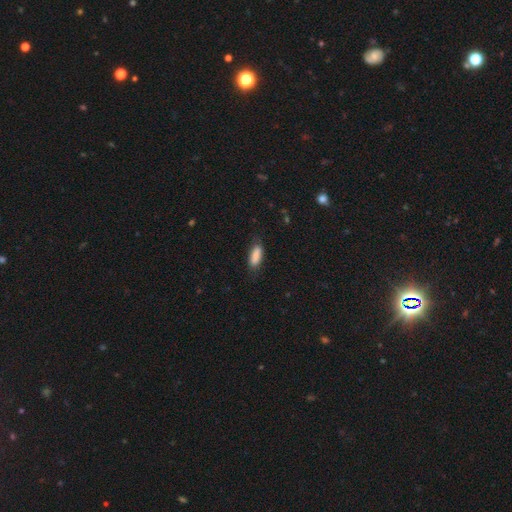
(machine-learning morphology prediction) type=smooth (85%); roundness=in between (71%); merging=none (74%).